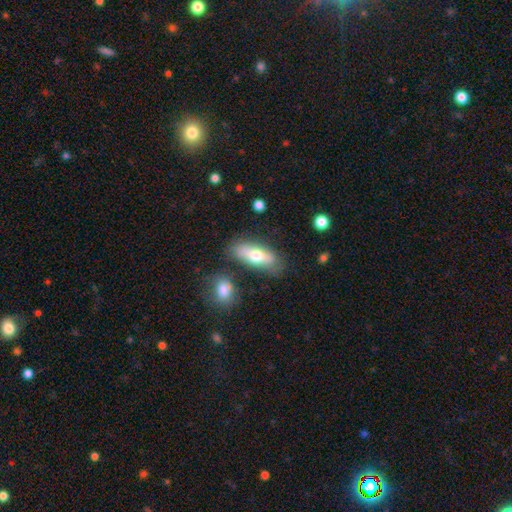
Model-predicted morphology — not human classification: smooth-or-featured: smooth: 65% | featured or disk: 29% | star or artifact: 6%
  how-rounded: in between: 68% | cigar-shaped: 29% | round: 3%
  merging: none: 72% | minor disturbance: 16% | merger: 8% | major disturbance: 5%